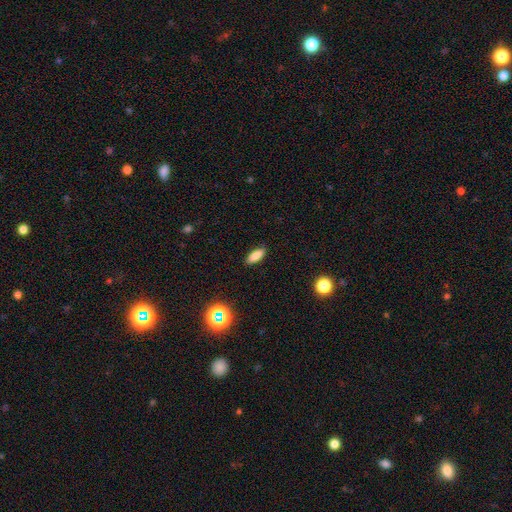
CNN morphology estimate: smooth 82%, star or artifact 10%, featured or disk 8%. Down the decision tree: how rounded — in between (70%); merging — none (89%).